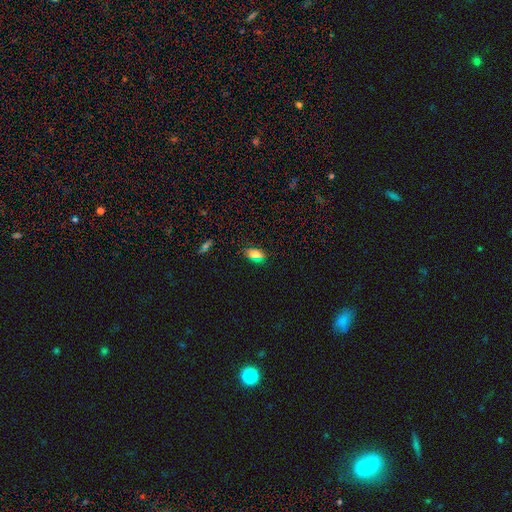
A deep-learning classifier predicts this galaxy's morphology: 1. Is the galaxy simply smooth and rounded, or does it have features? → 67% smooth, 24% star or artifact, 9% featured or disk.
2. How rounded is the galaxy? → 81% in between, 13% round, 6% cigar-shaped.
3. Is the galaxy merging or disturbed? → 85% none, 11% minor disturbance, 3% major disturbance, 2% merger.